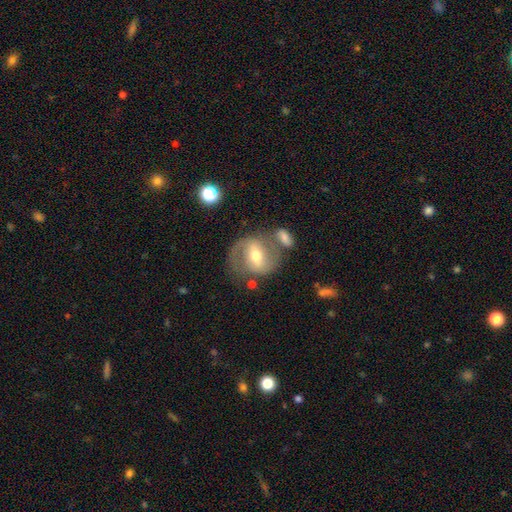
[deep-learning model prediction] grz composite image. It shows a featured or disk galaxy (77%) with a weak bar (44%), 2 (80%) medium (48%) spiral arms (86%) and a moderate central bulge (64%). Merging: none (62%).